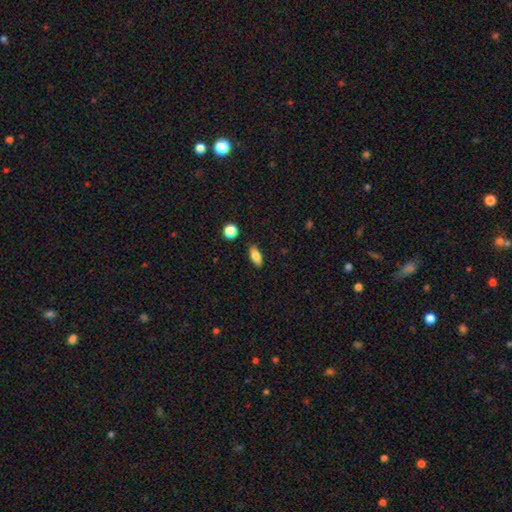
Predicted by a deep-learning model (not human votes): smooth-or-featured: smooth: 82% | featured or disk: 10% | star or artifact: 8%
  how-rounded: in between: 84% | cigar-shaped: 13% | round: 4%
  merging: none: 88% | minor disturbance: 8% | major disturbance: 2% | merger: 2%